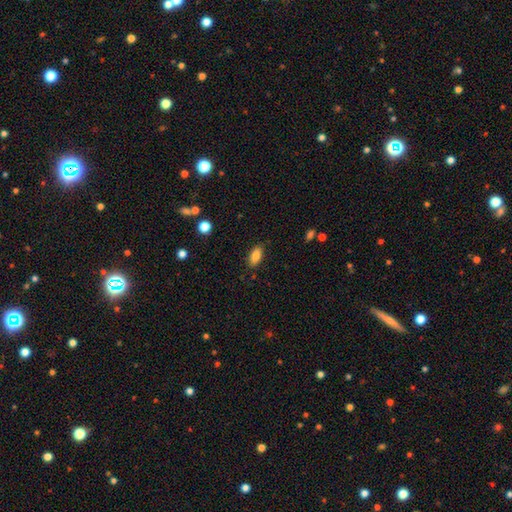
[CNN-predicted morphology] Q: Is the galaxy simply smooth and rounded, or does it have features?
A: smooth — 85%.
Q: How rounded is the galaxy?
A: in between — 88%.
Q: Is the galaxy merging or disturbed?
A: none — 85%.